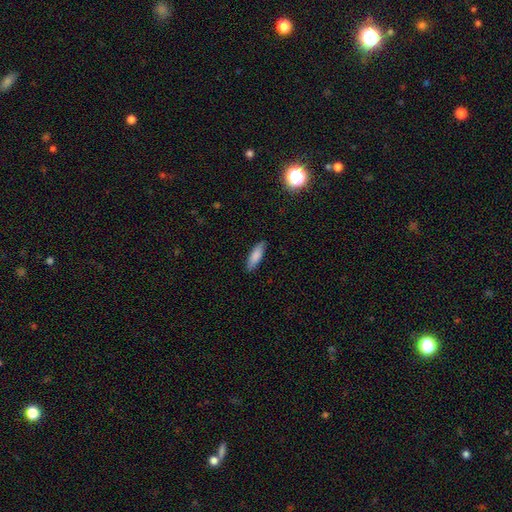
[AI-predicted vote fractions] Smooth or featured: smooth — 84% (featured or disk — 10%)
How rounded: cigar-shaped — 51% (in between — 48%)
Merging: none — 86% (minor disturbance — 11%)